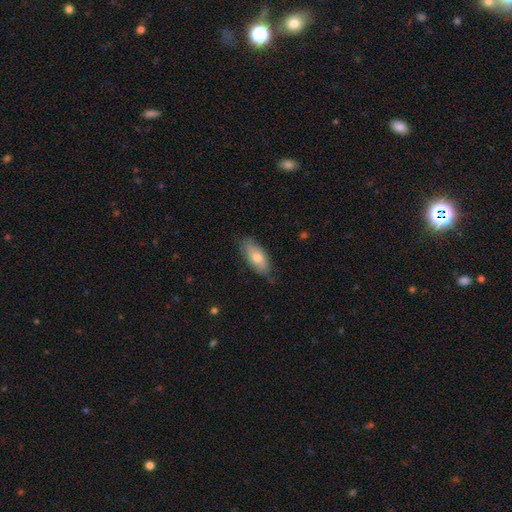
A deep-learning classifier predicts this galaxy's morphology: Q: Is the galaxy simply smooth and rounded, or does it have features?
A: smooth — 70%.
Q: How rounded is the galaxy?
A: in between — 82%.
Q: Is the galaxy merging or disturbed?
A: none — 71%.